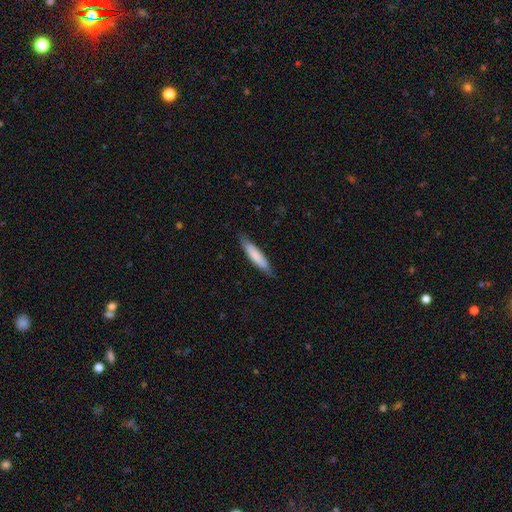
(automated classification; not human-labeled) This is clearly a smooth galaxy (80%). How rounded: clearly cigar-shaped (82%). Merging: clearly none (85%).